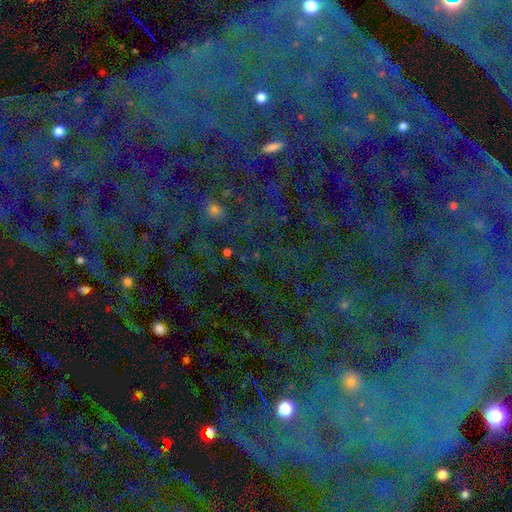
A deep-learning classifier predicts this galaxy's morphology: star or artifact 82%, featured or disk 9%, smooth 9%.